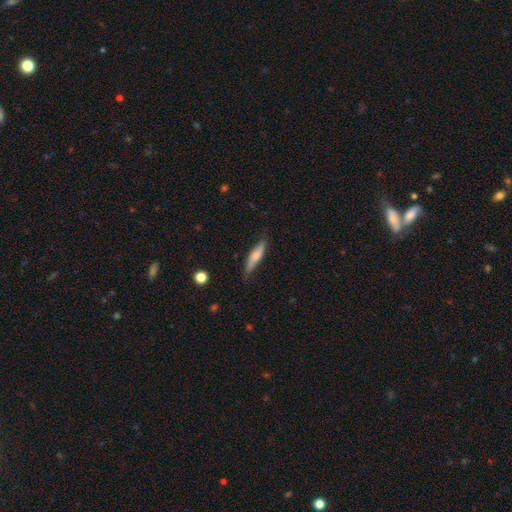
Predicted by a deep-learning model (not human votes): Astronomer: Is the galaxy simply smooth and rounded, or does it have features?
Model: smooth — 65%.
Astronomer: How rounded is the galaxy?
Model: cigar-shaped — 76%.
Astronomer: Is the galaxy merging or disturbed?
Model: none — 74%.